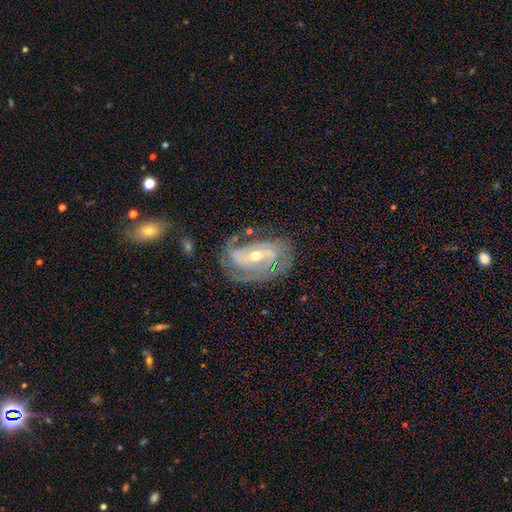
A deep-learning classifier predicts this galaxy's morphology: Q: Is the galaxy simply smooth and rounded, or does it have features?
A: featured or disk — 88%.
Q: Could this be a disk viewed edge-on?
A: no — 96%.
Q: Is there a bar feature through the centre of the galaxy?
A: weak — 38%.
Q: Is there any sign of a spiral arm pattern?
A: yes — 96%.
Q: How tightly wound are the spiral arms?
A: tight — 51%.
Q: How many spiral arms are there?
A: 2 — 48%.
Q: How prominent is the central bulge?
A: small — 49%.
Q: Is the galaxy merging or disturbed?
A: none — 64%.